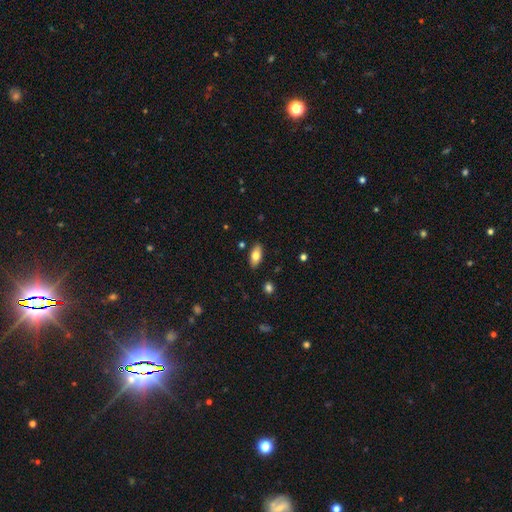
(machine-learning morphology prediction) This is likely a smooth galaxy (77%). How rounded: clearly in between (90%). Merging: clearly none (87%).